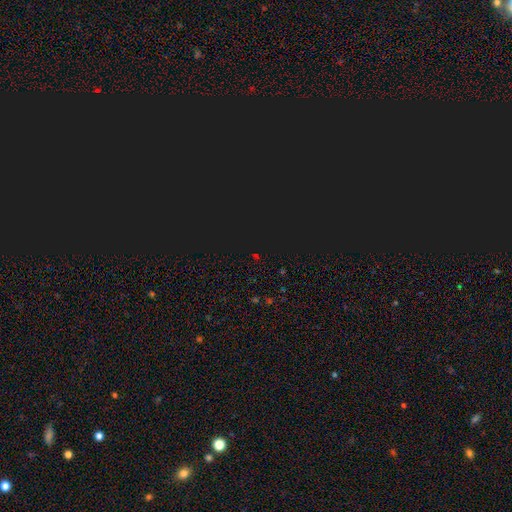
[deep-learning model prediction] Overall: star or artifact (74%).